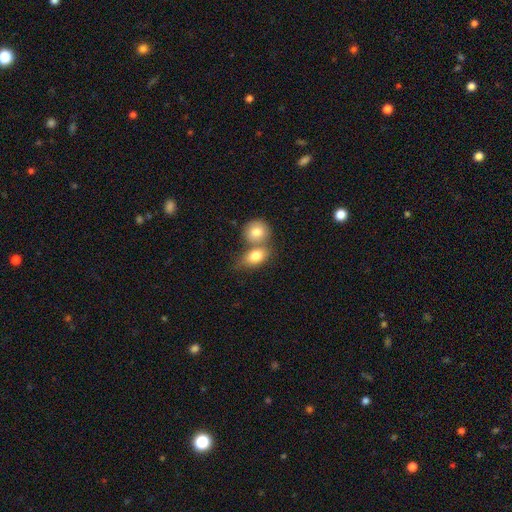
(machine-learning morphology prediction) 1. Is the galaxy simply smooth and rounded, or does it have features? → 80% smooth, 13% featured or disk, 7% star or artifact.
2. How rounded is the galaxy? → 66% in between, 31% round, 3% cigar-shaped.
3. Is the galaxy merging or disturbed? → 57% merger, 30% none, 9% minor disturbance, 4% major disturbance.